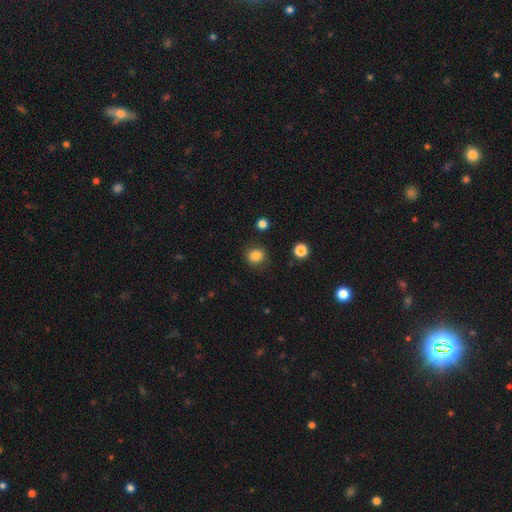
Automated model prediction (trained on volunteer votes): smooth 84%, star or artifact 11%, featured or disk 5%. Down the decision tree: how rounded — round (80%); merging — none (86%).